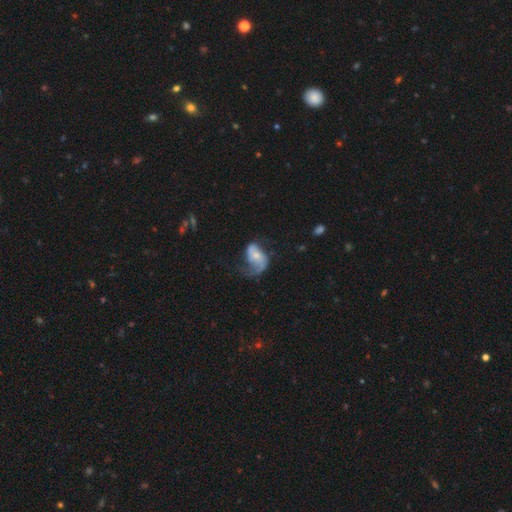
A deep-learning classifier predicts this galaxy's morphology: Smooth or featured? Predicted: featured or disk (p=0.66). Edge-on disk? Predicted: no (p=0.97). Bar? Predicted: no (p=0.62). Spiral arms? Predicted: yes (p=0.86). Spiral winding? Predicted: loose (p=0.59). Spiral arm count? Predicted: 2 (p=0.55). Bulge size? Predicted: small (p=0.57). Merging? Predicted: major disturbance (p=0.41).